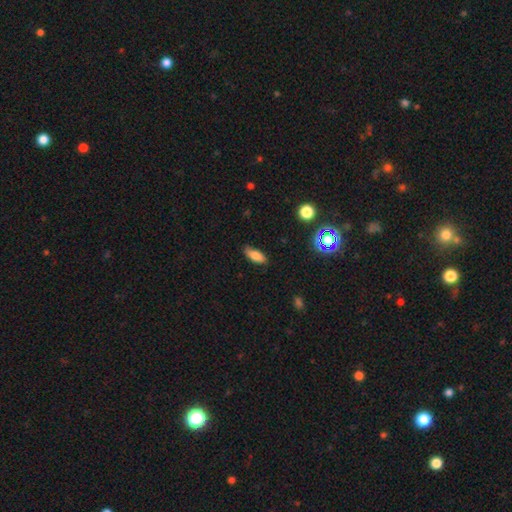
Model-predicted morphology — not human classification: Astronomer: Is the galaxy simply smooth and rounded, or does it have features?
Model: smooth — 79%.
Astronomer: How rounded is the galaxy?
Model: in between — 79%.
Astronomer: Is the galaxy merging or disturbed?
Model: none — 80%.